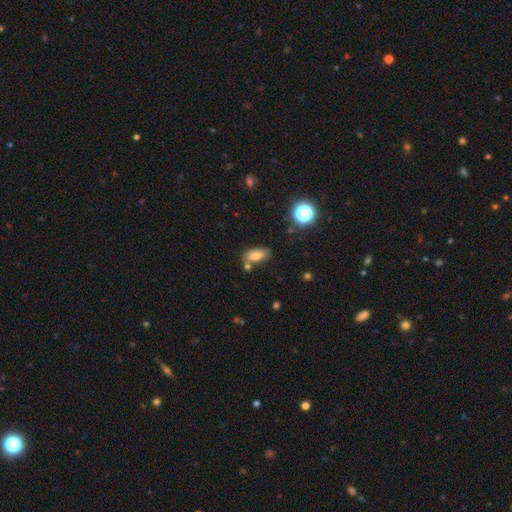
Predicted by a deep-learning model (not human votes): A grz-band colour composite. It shows a smooth galaxy with no disk features (74%) that is in between round and cigar-shaped (83%). Merging: none (61%).